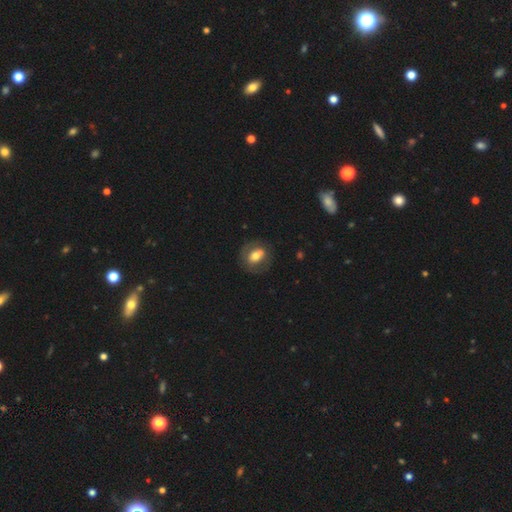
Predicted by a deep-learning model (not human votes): Smooth or featured: smooth — 55% (featured or disk — 38%)
How rounded: in between — 56% (round — 43%)
Merging: none — 73% (minor disturbance — 16%)